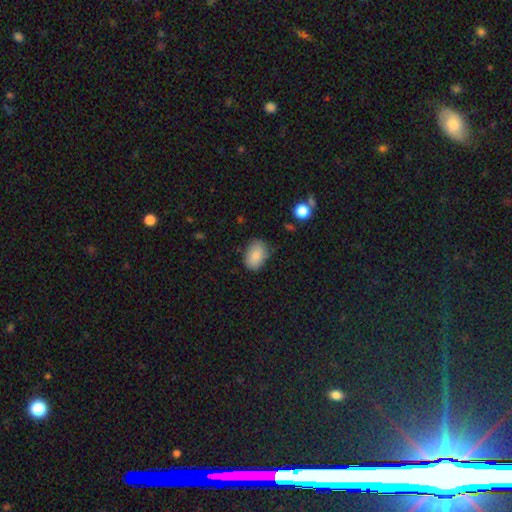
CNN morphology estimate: smooth_or_featured: smooth (p=0.85) [alt: featured or disk p=0.08]
how_rounded: in between (p=0.86) [alt: round p=0.13]
merging: none (p=0.78) [alt: minor disturbance p=0.17]